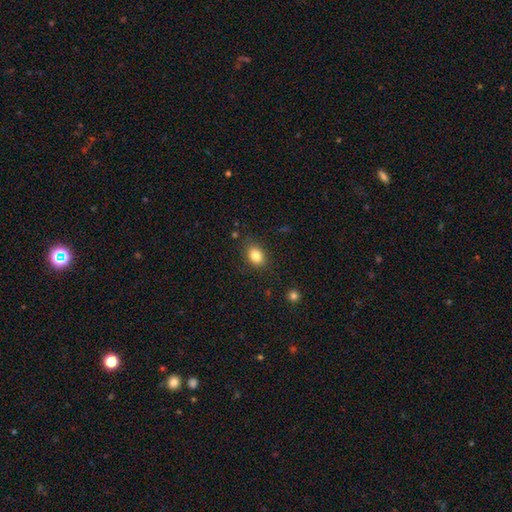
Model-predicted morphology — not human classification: A smooth galaxy with no disk features (83%) that is in between round and cigar-shaped (67%). Merging: none (83%).